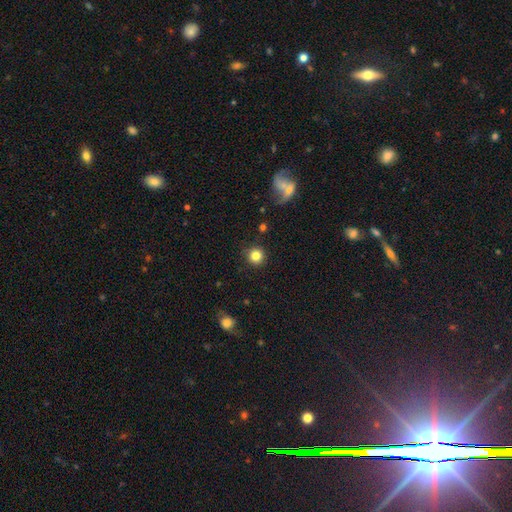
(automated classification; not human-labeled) Smooth or featured: smooth — 83% (star or artifact — 11%)
How rounded: round — 94% (in between — 5%)
Merging: none — 89% (minor disturbance — 7%)